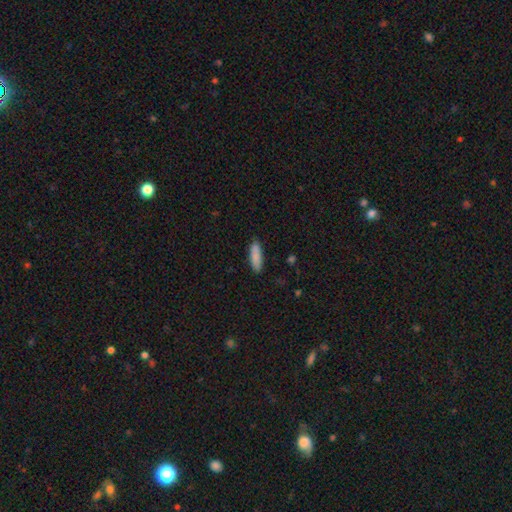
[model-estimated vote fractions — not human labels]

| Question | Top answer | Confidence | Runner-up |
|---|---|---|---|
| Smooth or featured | smooth | 88% | star or artifact (6%) |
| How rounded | cigar-shaped | 53% | in between (46%) |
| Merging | none | 87% | minor disturbance (10%) |